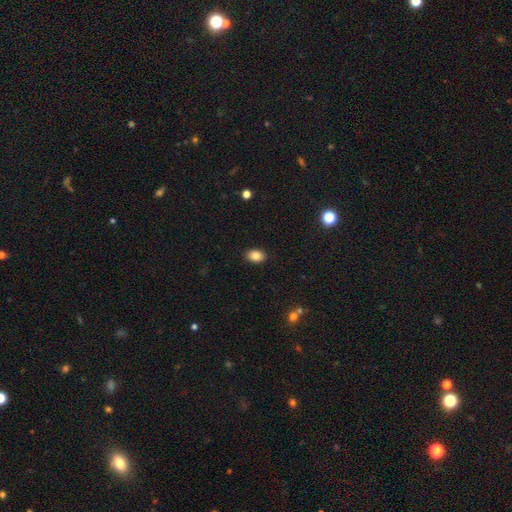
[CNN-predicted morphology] Q: Smooth or featured?
A: smooth (84%); runner-up: star or artifact (9%)
Q: How rounded?
A: in between (78%); runner-up: round (21%)
Q: Merging?
A: none (90%); runner-up: minor disturbance (8%)